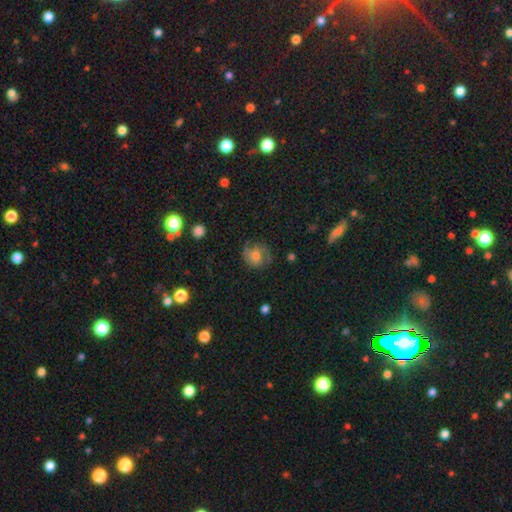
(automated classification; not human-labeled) Smooth or featured? Predicted: featured or disk (p=0.57). Edge-on disk? Predicted: no (p=0.97). Bar? Predicted: no (p=0.68). Spiral arms? Predicted: yes (p=0.89). Bulge size? Predicted: moderate (p=0.54). Merging? Predicted: none (p=0.68).